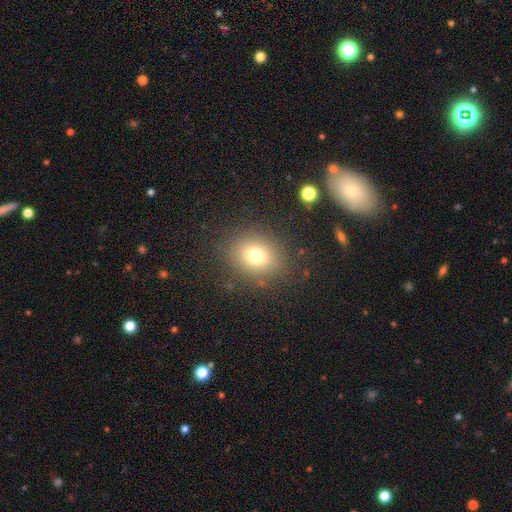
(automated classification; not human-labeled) smooth-or-featured: smooth: 73% | star or artifact: 16% | featured or disk: 11%
  how-rounded: round: 66% | in between: 33% | cigar-shaped: 1%
  merging: none: 84% | minor disturbance: 10% | major disturbance: 5% | merger: 2%